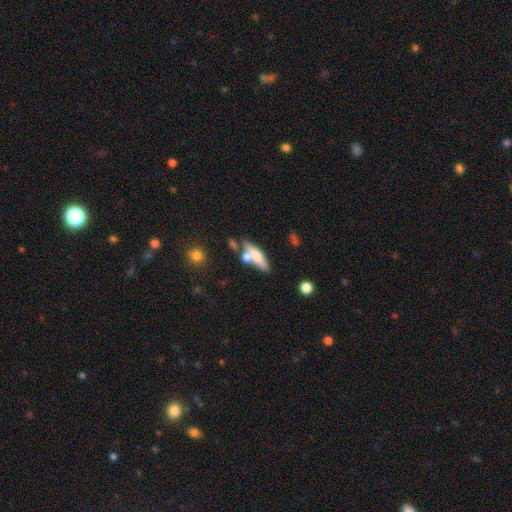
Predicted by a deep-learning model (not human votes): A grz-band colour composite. It shows a smooth galaxy with no disk features (60%) that is cigar-shaped (62%). Merging: none (51%).